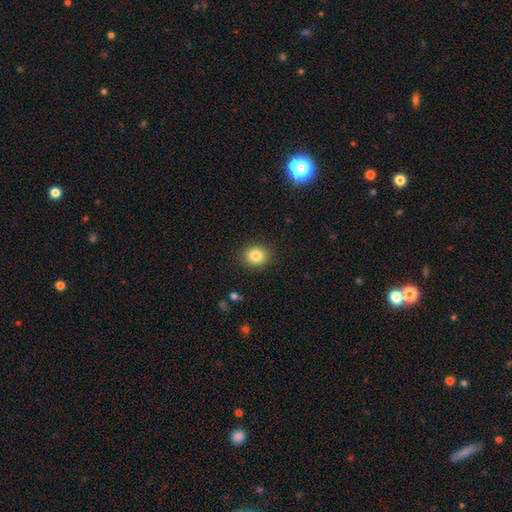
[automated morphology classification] A smooth galaxy with no disk features (83%) that is round (69%). Merging: none (89%).